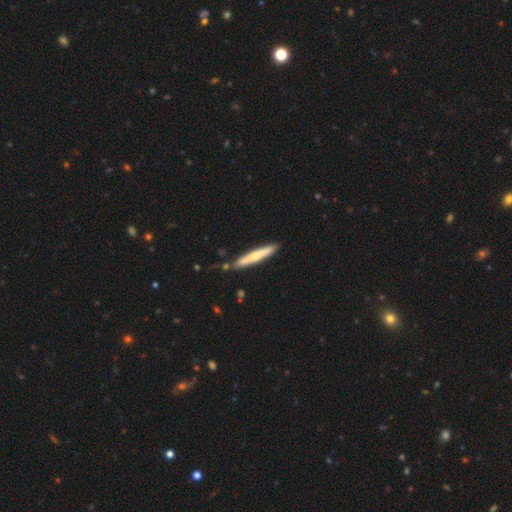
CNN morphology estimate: Smooth or featured? Predicted: smooth (p=0.61). How rounded? Predicted: cigar-shaped (p=0.95). Merging? Predicted: none (p=0.81).